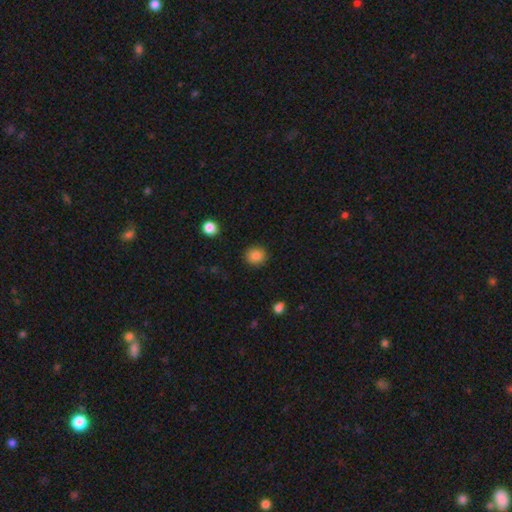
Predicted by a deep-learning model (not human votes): A smooth galaxy with no disk features (86%) that is round (87%). Merging: none (90%).